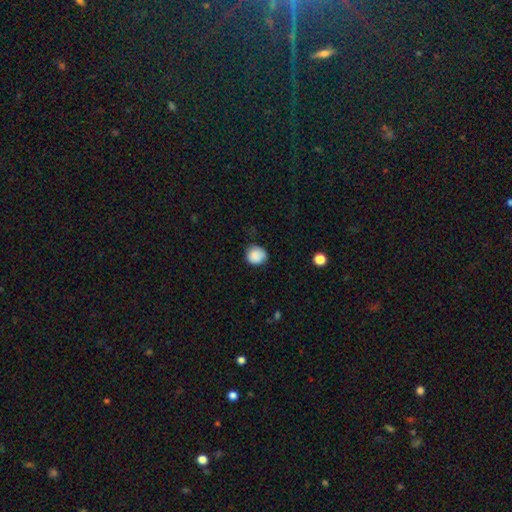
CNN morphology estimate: This appears to be a smooth galaxy with no disk features (87%) that is round (84%). Merging: none (75%).